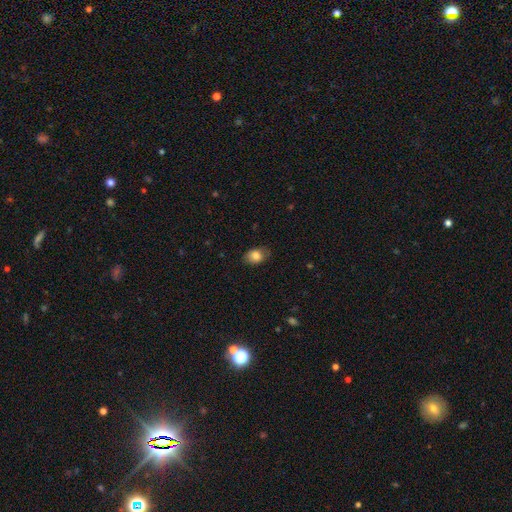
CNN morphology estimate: smooth 81%, featured or disk 11%, star or artifact 8%. Down the decision tree: how rounded — in between (76%); merging — none (78%).